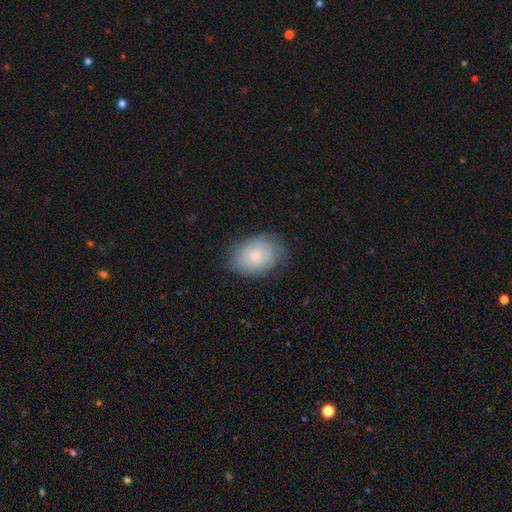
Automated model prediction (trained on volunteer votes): Smooth or featured?
  - smooth: 66% *
  - featured or disk: 26%
  - star or artifact: 8%
How rounded?
  - in between: 73% *
  - round: 26%
  - cigar-shaped: 1%
Merging?
  - none: 74% *
  - minor disturbance: 20%
  - major disturbance: 5%
  - merger: 1%